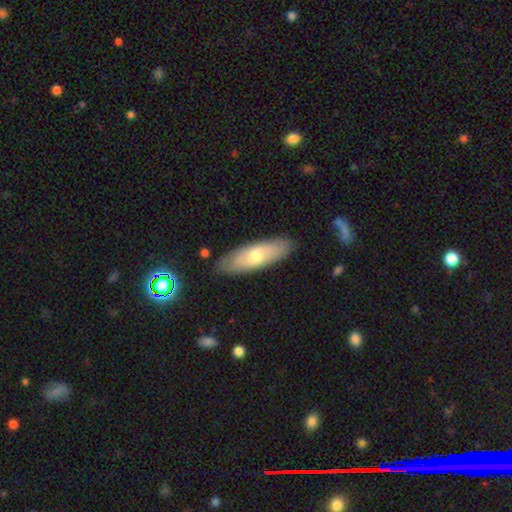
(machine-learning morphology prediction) A smooth galaxy with no disk features (58%) that is in between round and cigar-shaped (58%).

Vote fractions:
- Smooth or featured? smooth: 58% / featured or disk: 36% / star or artifact: 6%
- How rounded? in between: 58% / cigar-shaped: 40% / round: 2%
- Merging? none: 84% / minor disturbance: 12% / major disturbance: 2% / merger: 2%